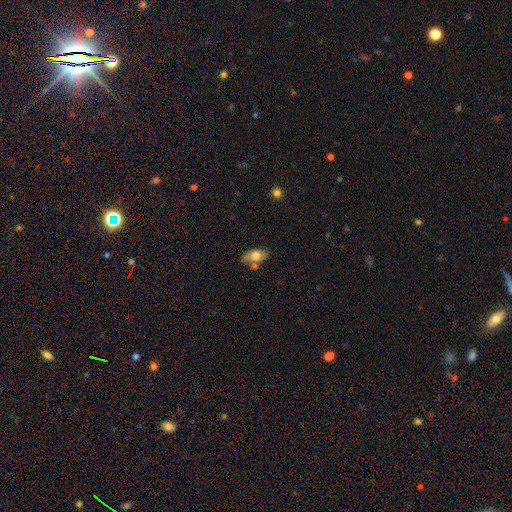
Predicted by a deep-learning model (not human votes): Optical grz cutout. It shows a smooth galaxy with no disk features (66%) that is in between round and cigar-shaped (89%). Merging: none (65%).